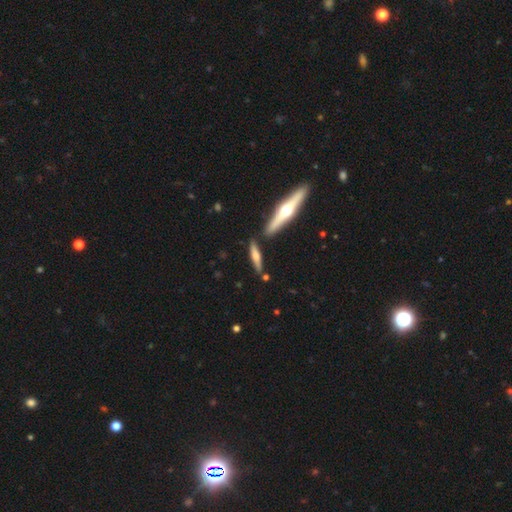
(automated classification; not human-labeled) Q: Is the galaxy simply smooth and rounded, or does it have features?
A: featured or disk — 50%.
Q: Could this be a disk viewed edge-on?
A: yes — 94%.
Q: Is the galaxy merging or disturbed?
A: none — 76%.